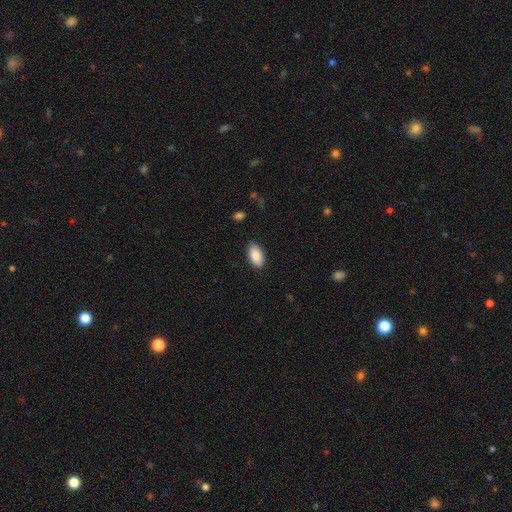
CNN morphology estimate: The model was most divided on "merging": none: 86%, minor disturbance: 11%, major disturbance: 2%, merger: 1%. More confident: how rounded — in between (95%); smooth or featured — smooth (89%).